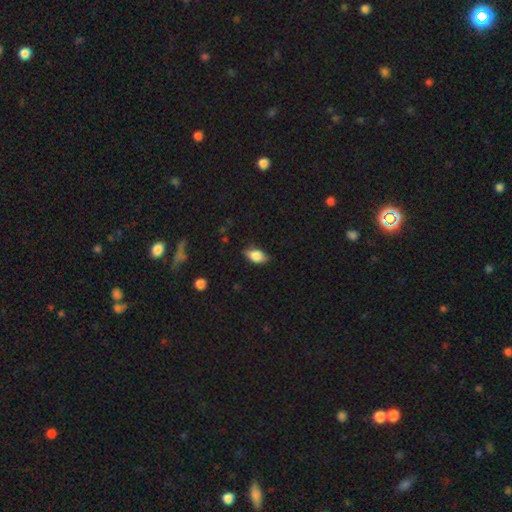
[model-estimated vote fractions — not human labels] The model was most divided on "merging": none: 79%, minor disturbance: 17%, major disturbance: 3%, merger: 1%. More confident: how rounded — in between (90%); smooth or featured — smooth (83%).